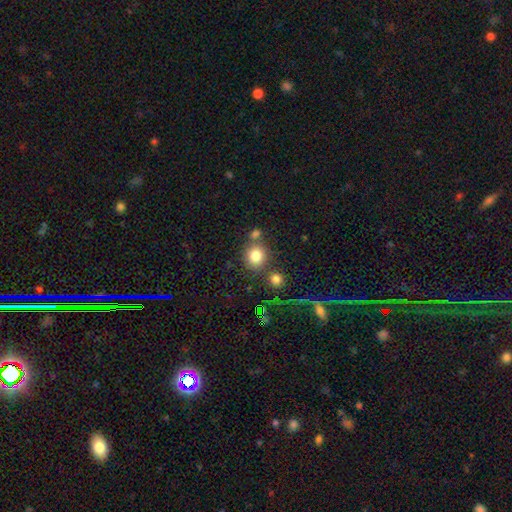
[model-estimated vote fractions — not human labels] Smooth or featured?
  - smooth: 80% *
  - star or artifact: 12%
  - featured or disk: 8%
How rounded?
  - round: 84% *
  - in between: 15%
  - cigar-shaped: 1%
Merging?
  - none: 69% *
  - merger: 16%
  - minor disturbance: 10%
  - major disturbance: 4%